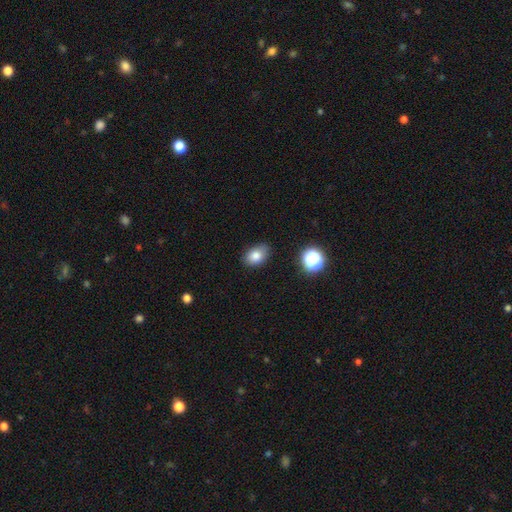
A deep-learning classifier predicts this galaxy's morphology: A smooth galaxy with no disk features (82%) that is in between round and cigar-shaped (81%).

Vote fractions:
- Smooth or featured? smooth: 82% / star or artifact: 10% / featured or disk: 8%
- How rounded? in between: 81% / round: 18% / cigar-shaped: 1%
- Merging? none: 80% / minor disturbance: 15% / major disturbance: 3% / merger: 2%